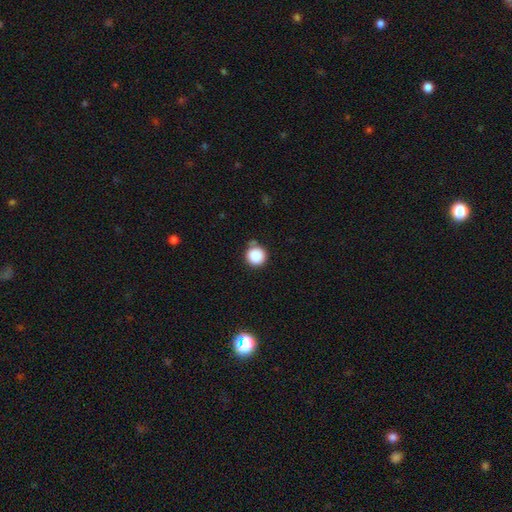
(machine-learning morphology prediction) type=smooth (88%); roundness=round (95%); merging=none (77%).